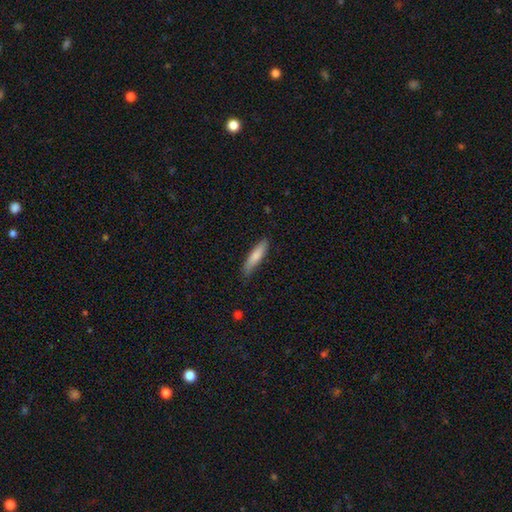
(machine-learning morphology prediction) This appears to be a smooth galaxy with no disk features (80%) that is cigar-shaped (75%). Merging: none (79%).